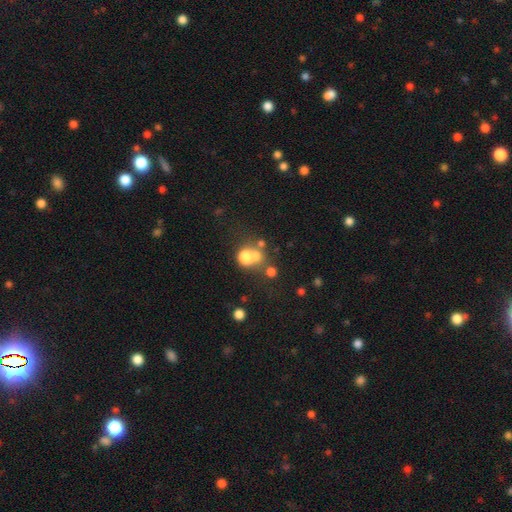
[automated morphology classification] Smooth or featured? smooth (62%)
How rounded? round (84%)
Merging? none (48%)